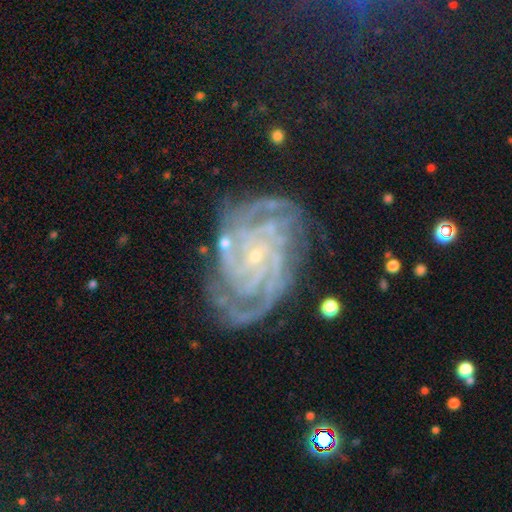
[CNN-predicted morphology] Smooth or featured?
  - featured or disk: 90% *
  - star or artifact: 6%
  - smooth: 4%
Edge-on disk?
  - no: 98% *
  - yes: 2%
Bar?
  - no: 63% *
  - weak: 27%
  - strong: 10%
Spiral arms?
  - yes: 98% *
  - no: 2%
Spiral winding?
  - tight: 75% *
  - medium: 22%
  - loose: 3%
Spiral arm count?
  - 4: 25% *
  - 3: 20%
  - can't tell: 19%
  - more than 4: 14%
  - 2: 14%
  - 1: 8%
Bulge size?
  - small: 88% *
  - moderate: 7%
  - none: 3%
  - large: 1%
  - dominant: 1%
Merging?
  - none: 70% *
  - minor disturbance: 19%
  - major disturbance: 8%
  - merger: 3%